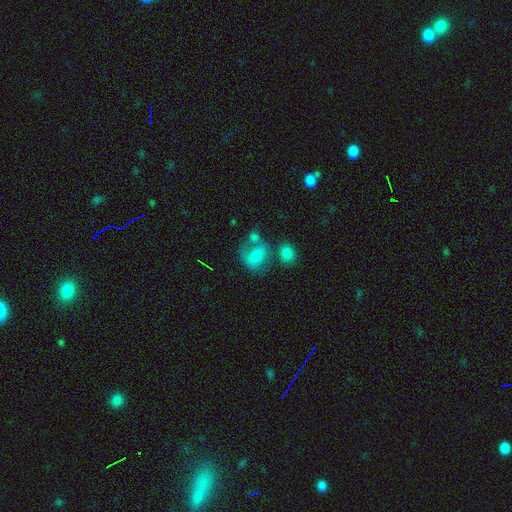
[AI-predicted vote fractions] smooth_or_featured: smooth (p=0.56) [alt: featured or disk p=0.33]
how_rounded: in between (p=0.50) [alt: round p=0.49]
merging: none (p=0.37) [alt: merger p=0.27]